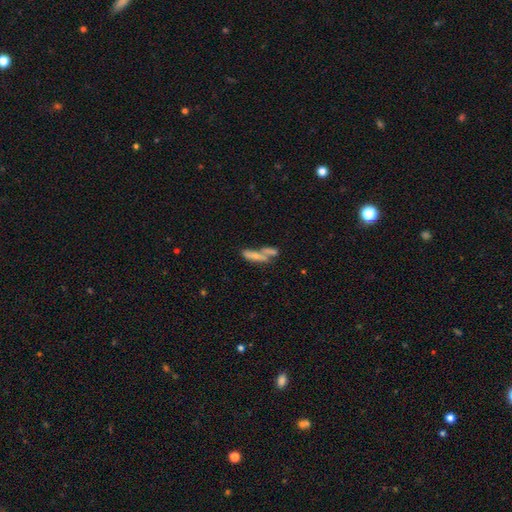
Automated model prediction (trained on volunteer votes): A smooth galaxy with no disk features (62%) that is cigar-shaped (64%). Merging: merger (51%).